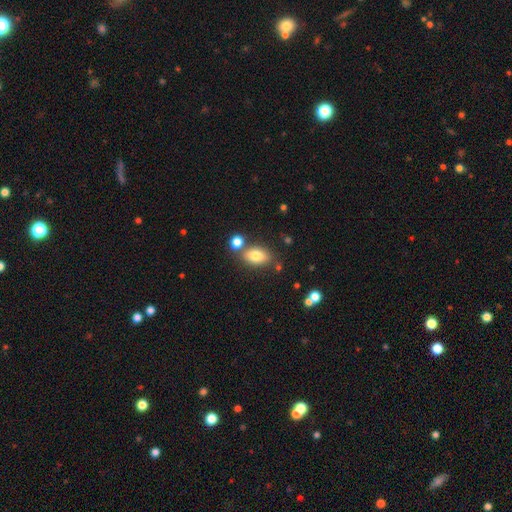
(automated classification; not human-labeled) This is likely a smooth galaxy (78%). How rounded: clearly in between (86%). Merging: likely none (67%).